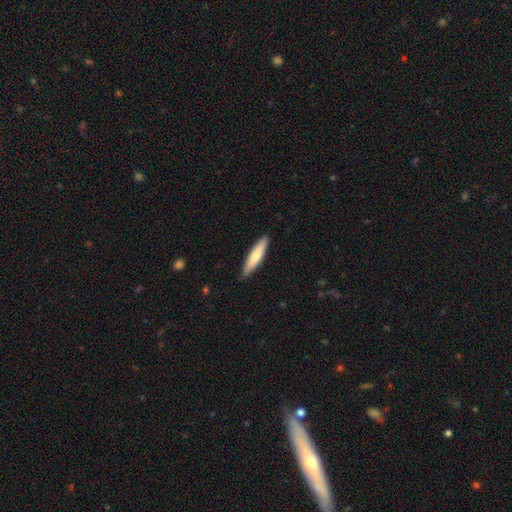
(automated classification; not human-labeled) This appears to be a smooth galaxy with no disk features (72%) that is cigar-shaped (84%). Merging: none (87%).